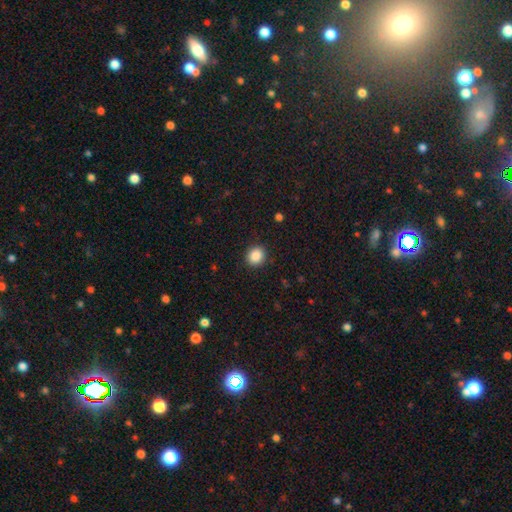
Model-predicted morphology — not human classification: Smooth or featured? Predicted: smooth (p=0.88). How rounded? Predicted: round (p=0.77). Merging? Predicted: none (p=0.90).